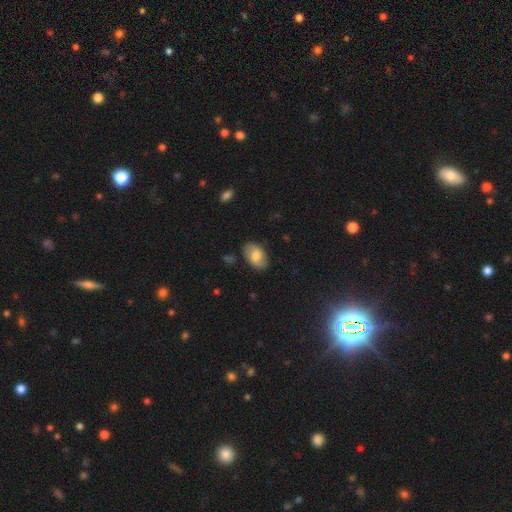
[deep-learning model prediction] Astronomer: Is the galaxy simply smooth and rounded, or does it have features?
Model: smooth — 65%.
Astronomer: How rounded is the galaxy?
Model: in between — 91%.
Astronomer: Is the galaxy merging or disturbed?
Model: none — 81%.